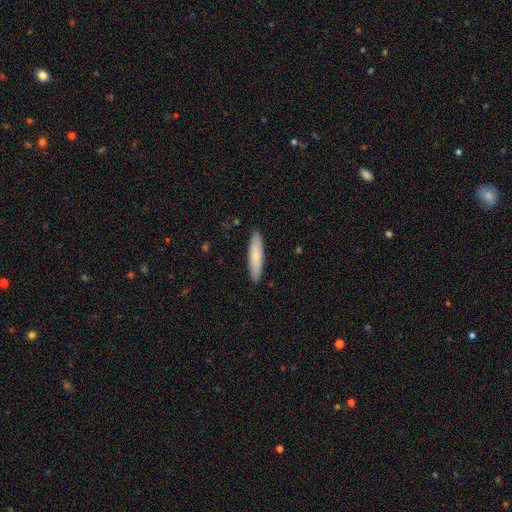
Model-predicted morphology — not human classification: Q: Smooth or featured?
A: smooth (78%); runner-up: featured or disk (17%)
Q: How rounded?
A: cigar-shaped (84%); runner-up: in between (15%)
Q: Merging?
A: none (90%); runner-up: minor disturbance (7%)